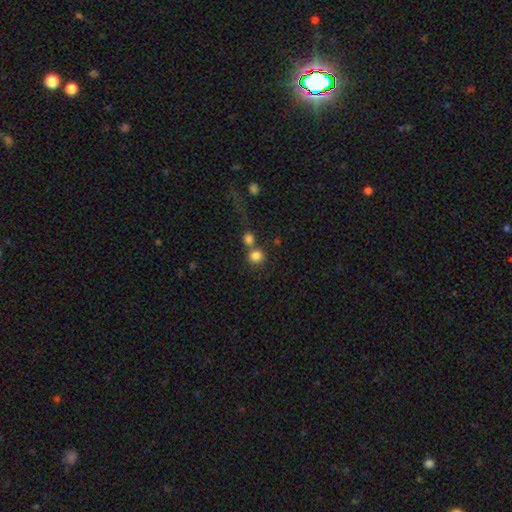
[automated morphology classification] Overall: smooth (82%). How rounded: round (85%). Merging: none (49%; merger 38%).